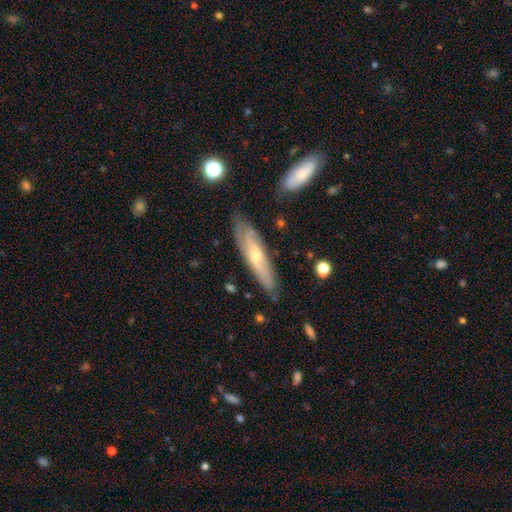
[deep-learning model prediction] Smooth or featured? featured or disk (62%)
Edge-on disk? no (53%)
Merging? none (71%)